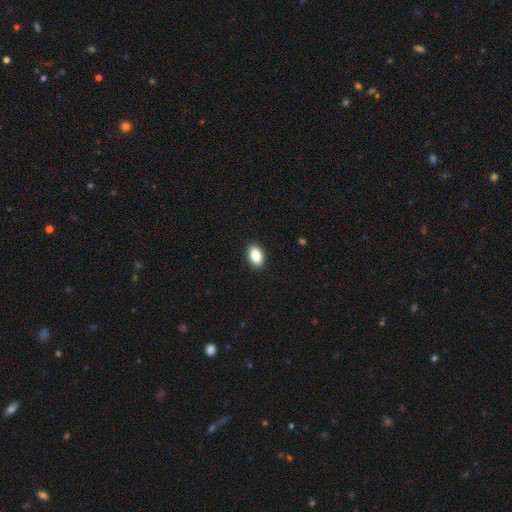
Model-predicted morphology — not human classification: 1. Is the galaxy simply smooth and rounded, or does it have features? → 88% smooth, 8% star or artifact, 5% featured or disk.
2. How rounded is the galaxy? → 89% in between, 9% round, 1% cigar-shaped.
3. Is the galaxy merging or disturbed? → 91% none, 7% minor disturbance, 2% major disturbance, 1% merger.